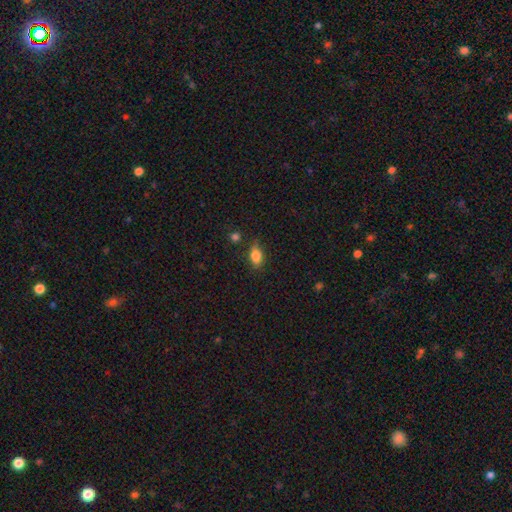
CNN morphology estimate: smooth_or_featured: smooth (p=0.80) [alt: featured or disk p=0.11]
how_rounded: in between (p=0.82) [alt: round p=0.11]
merging: none (p=0.71) [alt: minor disturbance p=0.21]